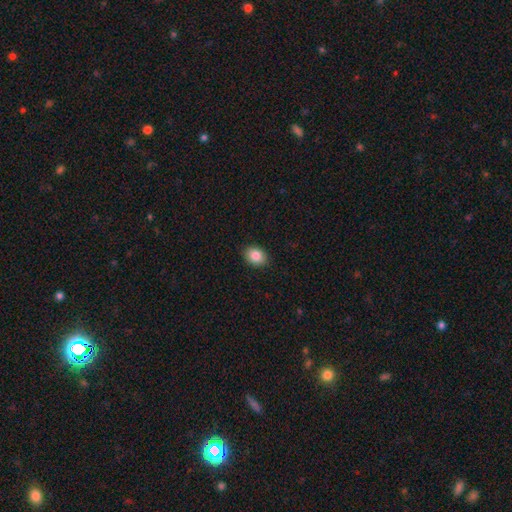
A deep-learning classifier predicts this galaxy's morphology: type=smooth (86%); roundness=in between (68%); merging=none (90%).